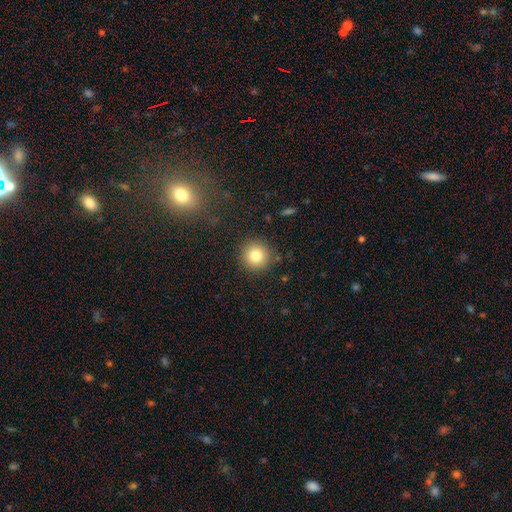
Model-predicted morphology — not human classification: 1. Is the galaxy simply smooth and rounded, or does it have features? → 81% smooth, 11% star or artifact, 8% featured or disk.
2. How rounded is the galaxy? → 94% round, 5% in between, 1% cigar-shaped.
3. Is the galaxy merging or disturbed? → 88% none, 8% minor disturbance, 3% major disturbance, 2% merger.